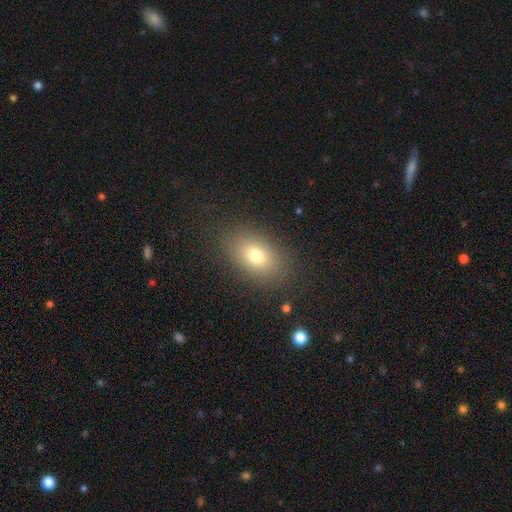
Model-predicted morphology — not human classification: Q: Smooth or featured?
A: smooth (76%); runner-up: featured or disk (13%)
Q: How rounded?
A: in between (84%); runner-up: round (14%)
Q: Merging?
A: none (85%); runner-up: minor disturbance (9%)